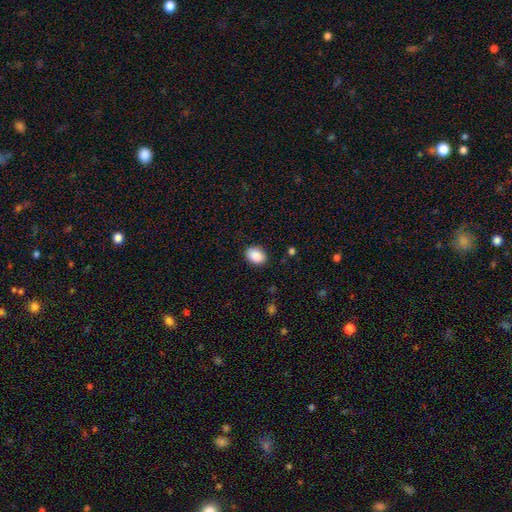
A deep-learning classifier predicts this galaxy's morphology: smooth-or-featured: smooth: 89% | star or artifact: 7% | featured or disk: 3%
  how-rounded: in between: 77% | round: 22% | cigar-shaped: 1%
  merging: none: 87% | minor disturbance: 9% | major disturbance: 2% | merger: 1%